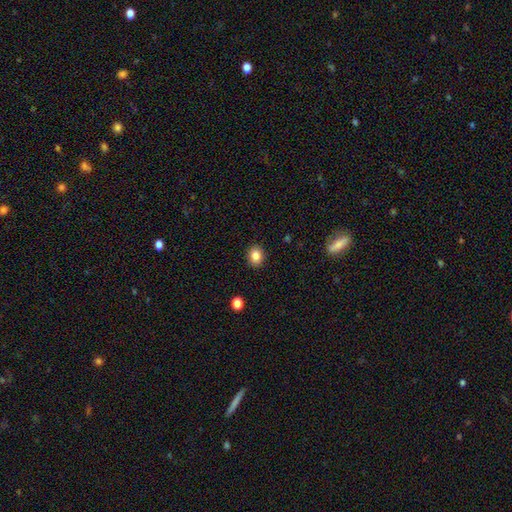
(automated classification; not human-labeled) Morphology: type=smooth (84%); roundness=round (61%); merging=none (91%).